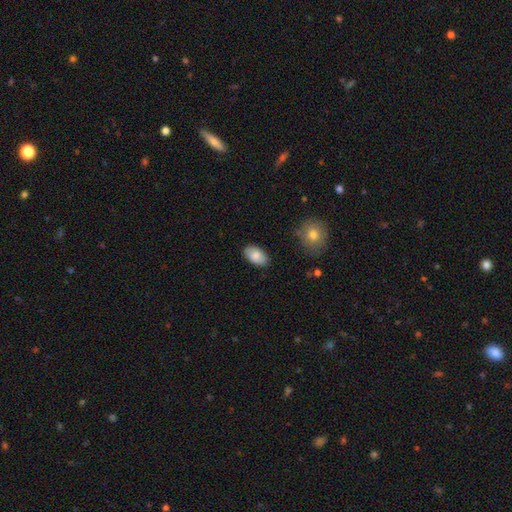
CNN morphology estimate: Q: Smooth or featured?
A: smooth (83%); runner-up: featured or disk (10%)
Q: How rounded?
A: in between (93%); runner-up: round (5%)
Q: Merging?
A: none (85%); runner-up: minor disturbance (11%)